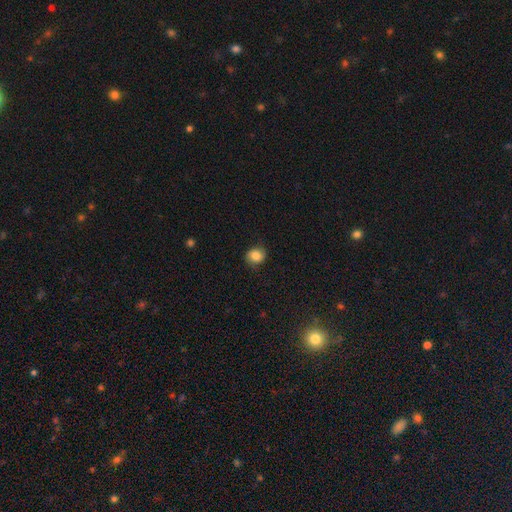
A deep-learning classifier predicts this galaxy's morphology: smooth 72%, featured or disk 18%, star or artifact 10%. Down the decision tree: how rounded — round (69%); merging — none (75%).